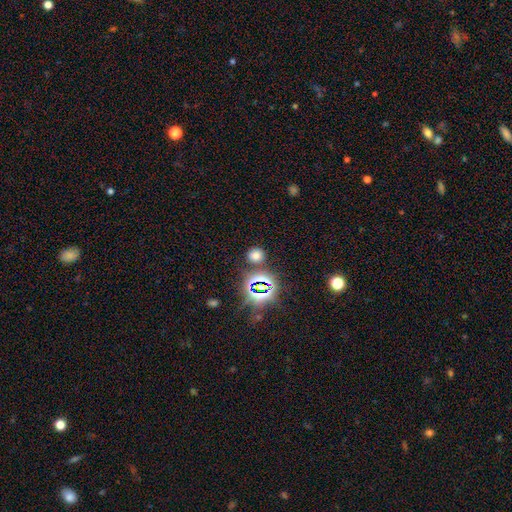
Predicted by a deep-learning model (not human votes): smooth_or_featured: smooth (p=0.66) [alt: star or artifact p=0.28]
how_rounded: round (p=0.79) [alt: in between p=0.20]
merging: none (p=0.83) [alt: minor disturbance p=0.08]